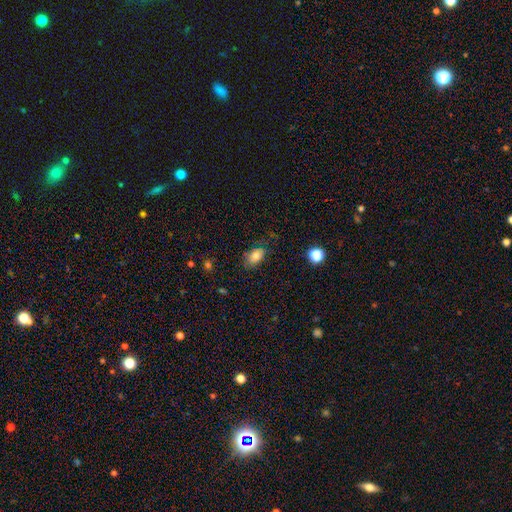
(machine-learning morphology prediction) This appears to be a smooth galaxy with no disk features (79%) that is in between round and cigar-shaped (88%). Merging: none (68%).